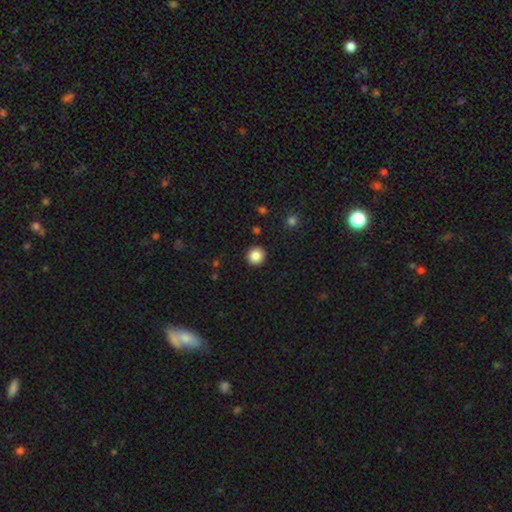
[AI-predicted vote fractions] A smooth galaxy with no disk features (86%) that is round (95%).

Vote fractions:
- Smooth or featured? smooth: 86% / star or artifact: 10% / featured or disk: 4%
- How rounded? round: 95% / in between: 5% / cigar-shaped: 1%
- Merging? none: 93% / minor disturbance: 5% / major disturbance: 2% / merger: 1%